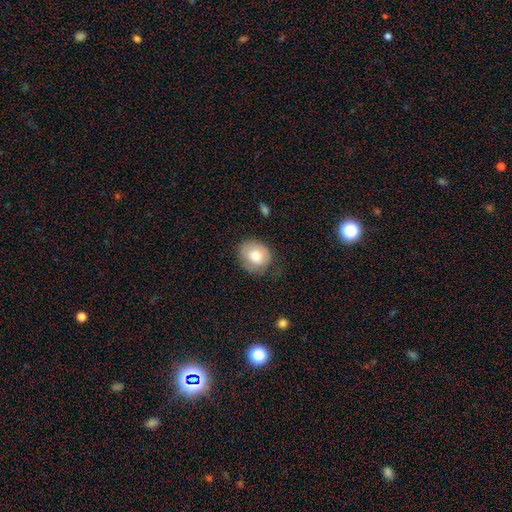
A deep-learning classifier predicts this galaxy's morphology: Smooth or featured? Predicted: smooth (p=0.78). How rounded? Predicted: round (p=0.67). Merging? Predicted: none (p=0.68).